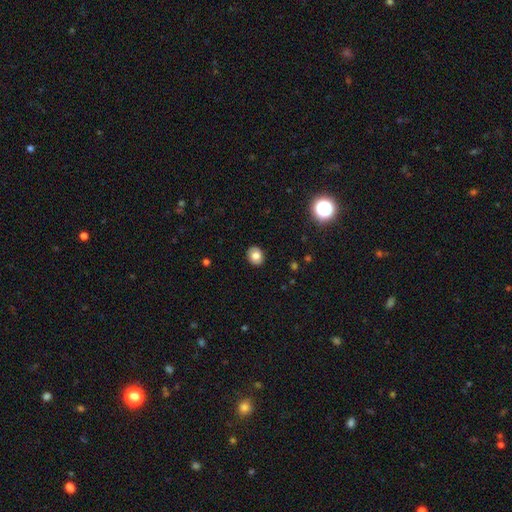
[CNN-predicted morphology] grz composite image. It shows a smooth galaxy with no disk features (76%) that is round (61%). Merging: none (89%).